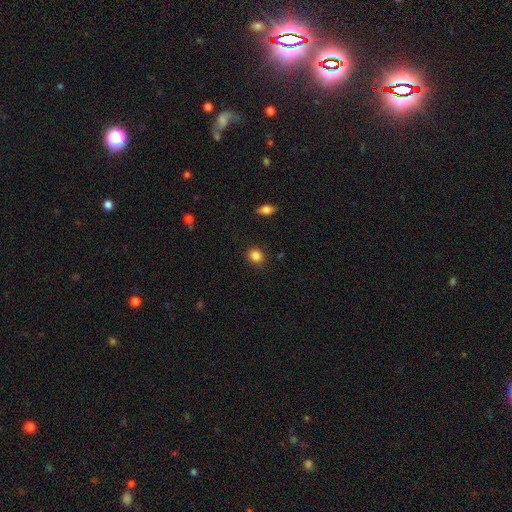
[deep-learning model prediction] A smooth galaxy with no disk features (86%) that is round (72%).

Vote fractions:
- Smooth or featured? smooth: 86% / star or artifact: 10% / featured or disk: 4%
- How rounded? round: 72% / in between: 27% / cigar-shaped: 1%
- Merging? none: 84% / minor disturbance: 12% / major disturbance: 3% / merger: 1%